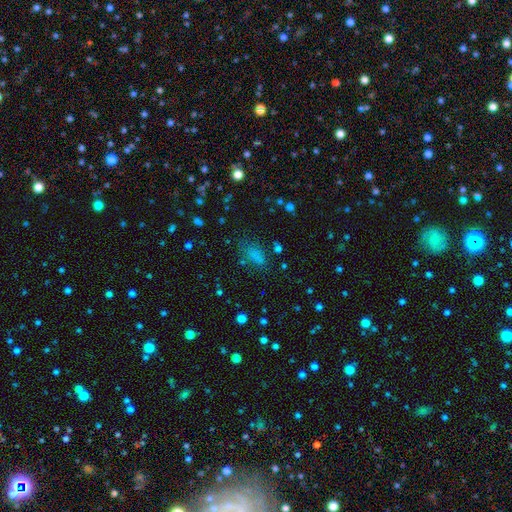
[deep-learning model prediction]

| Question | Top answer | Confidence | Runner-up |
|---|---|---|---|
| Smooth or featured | smooth | 75% | star or artifact (18%) |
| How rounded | in between | 85% | cigar-shaped (8%) |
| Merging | none | 64% | minor disturbance (21%) |